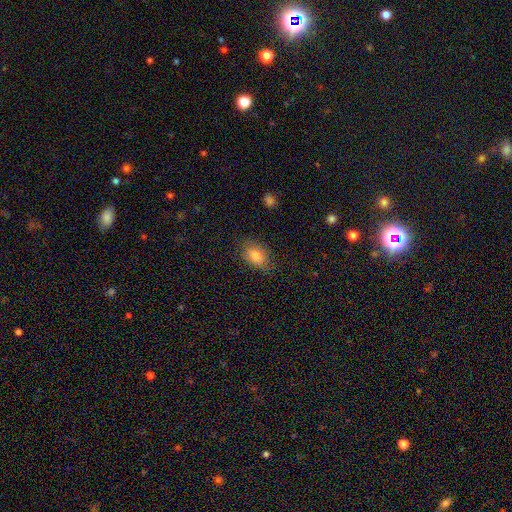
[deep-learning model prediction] Smooth or featured: smooth — 82% (featured or disk — 9%)
How rounded: in between — 83% (round — 15%)
Merging: none — 79% (minor disturbance — 16%)